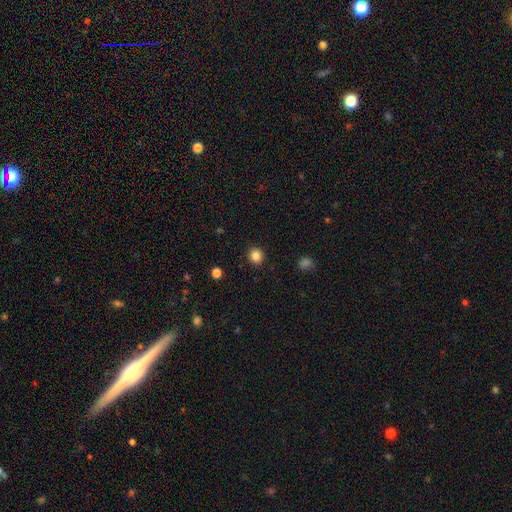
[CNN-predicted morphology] Smooth or featured? smooth (86%)
How rounded? round (84%)
Merging? none (92%)